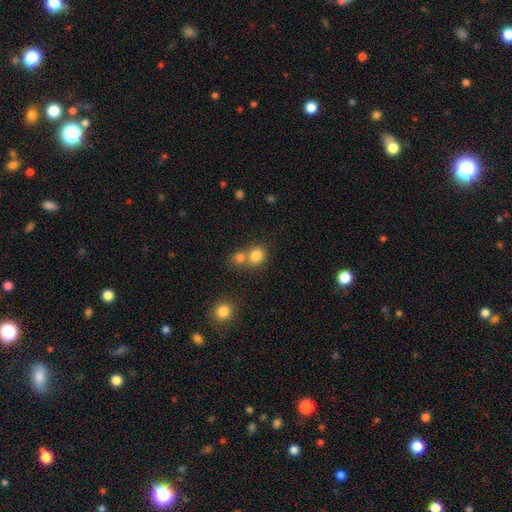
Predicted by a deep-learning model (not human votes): smooth 81%, star or artifact 12%, featured or disk 7%. Down the decision tree: how rounded — round (72%); merging — none (46%).